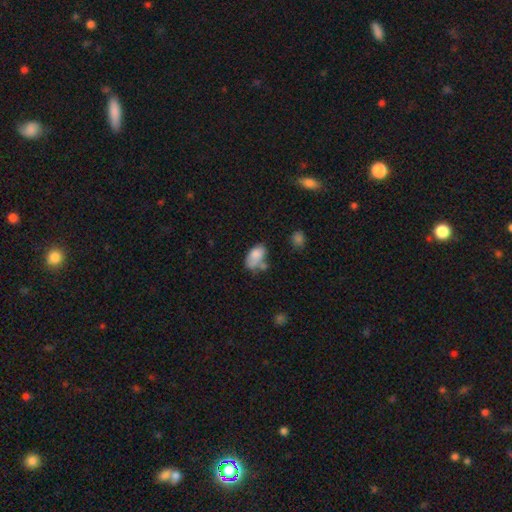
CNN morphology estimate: This is likely a smooth galaxy (80%). How rounded: clearly in between (91%). Merging: marginally none (40%).